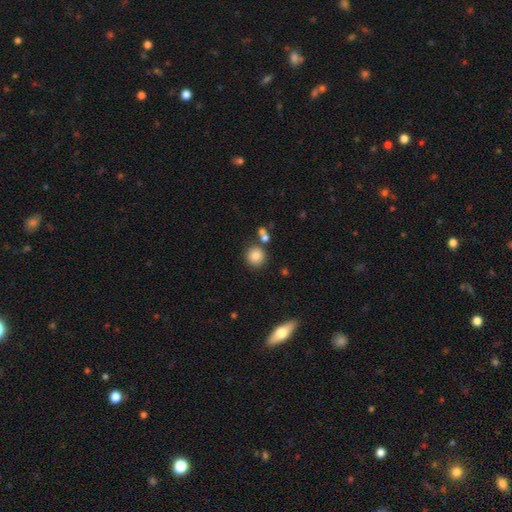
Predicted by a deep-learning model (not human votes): smooth 83%, star or artifact 10%, featured or disk 7%. Down the decision tree: how rounded — round (91%); merging — none (76%).